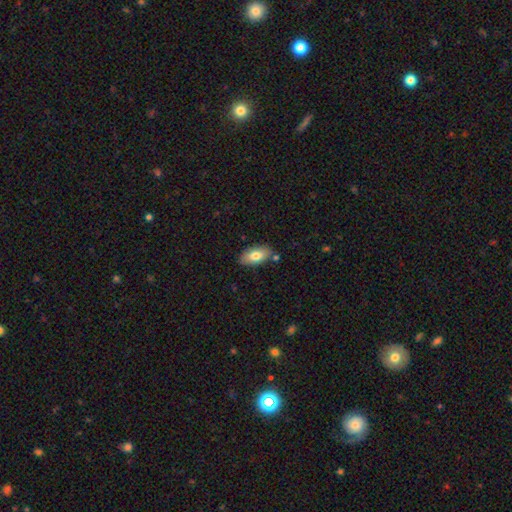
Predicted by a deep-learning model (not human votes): Smooth or featured? smooth (76%)
How rounded? in between (92%)
Merging? none (81%)